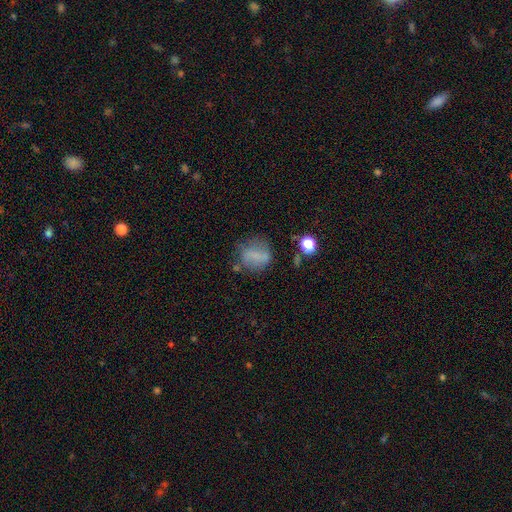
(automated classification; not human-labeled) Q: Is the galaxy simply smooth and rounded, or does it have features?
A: smooth — 62%.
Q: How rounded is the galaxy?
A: round — 61%.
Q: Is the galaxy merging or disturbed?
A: none — 53%.